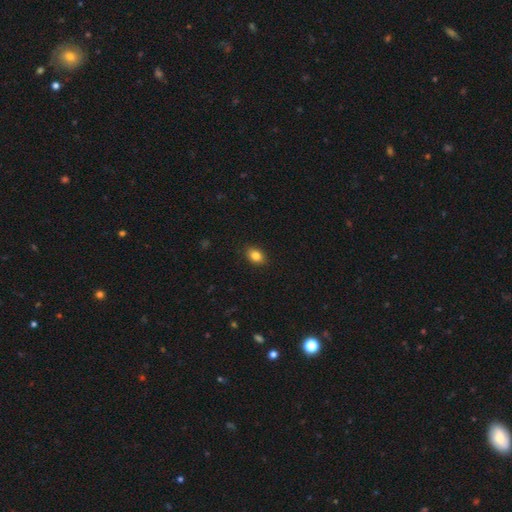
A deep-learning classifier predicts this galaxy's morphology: Smooth or featured: smooth — 84% (star or artifact — 9%)
How rounded: in between — 77% (round — 22%)
Merging: none — 90% (minor disturbance — 8%)